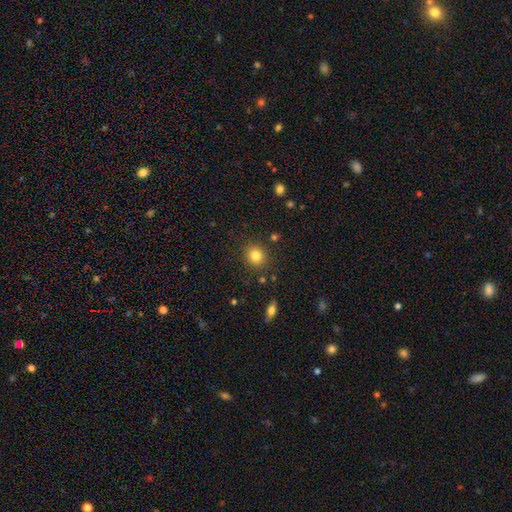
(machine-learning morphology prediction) A smooth galaxy with no disk features (82%) that is round (82%). Merging: none (87%).